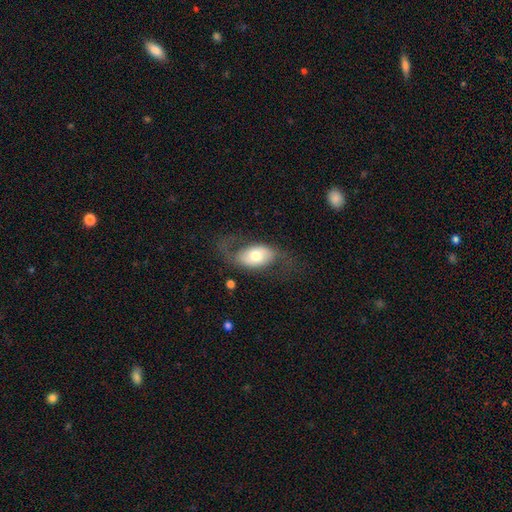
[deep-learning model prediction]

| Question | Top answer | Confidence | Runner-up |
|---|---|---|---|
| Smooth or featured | featured or disk | 58% | smooth (36%) |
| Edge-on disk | no | 93% | yes (7%) |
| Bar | no | 60% | weak (27%) |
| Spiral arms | yes | 77% | no (23%) |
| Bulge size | moderate | 64% | large (20%) |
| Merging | none | 57% | major disturbance (23%) |